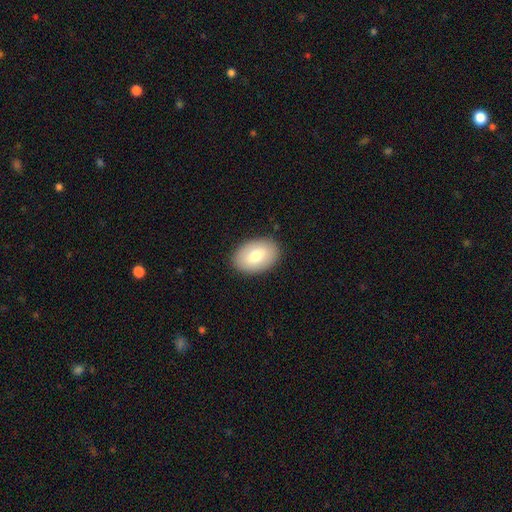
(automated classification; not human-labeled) Overall: smooth (73%). How rounded: in between (86%). Merging: none (88%).